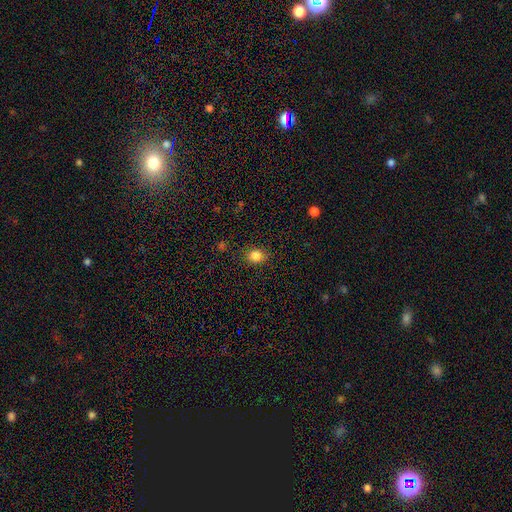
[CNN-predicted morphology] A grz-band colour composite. It shows a smooth galaxy with no disk features (85%) that is round (52%). Merging: none (82%).